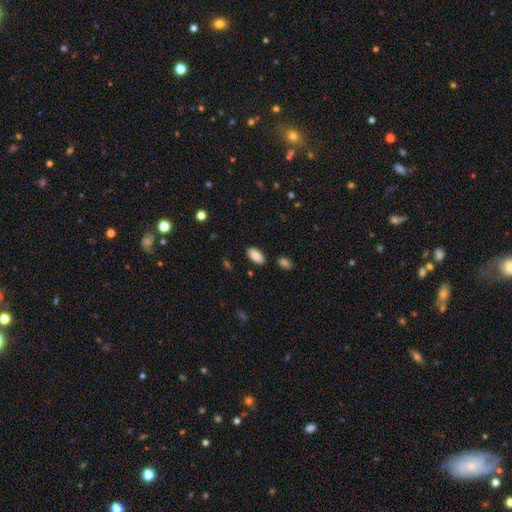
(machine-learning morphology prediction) smooth_or_featured: smooth (p=0.88) [alt: star or artifact p=0.07]
how_rounded: in between (p=0.92) [alt: cigar-shaped p=0.06]
merging: none (p=0.86) [alt: minor disturbance p=0.09]